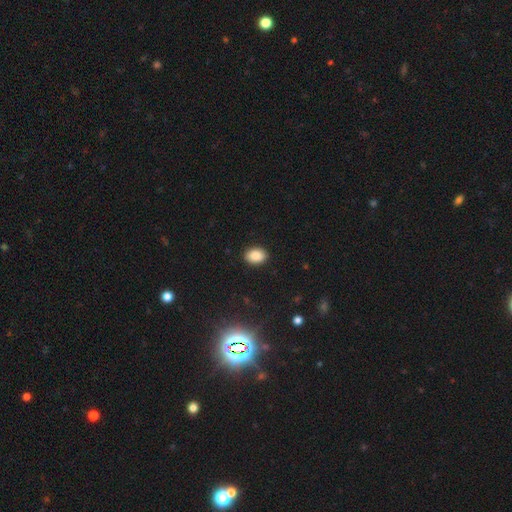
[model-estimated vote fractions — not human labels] smooth_or_featured: smooth (p=0.88) [alt: star or artifact p=0.08]
how_rounded: in between (p=0.81) [alt: round p=0.18]
merging: none (p=0.90) [alt: minor disturbance p=0.07]